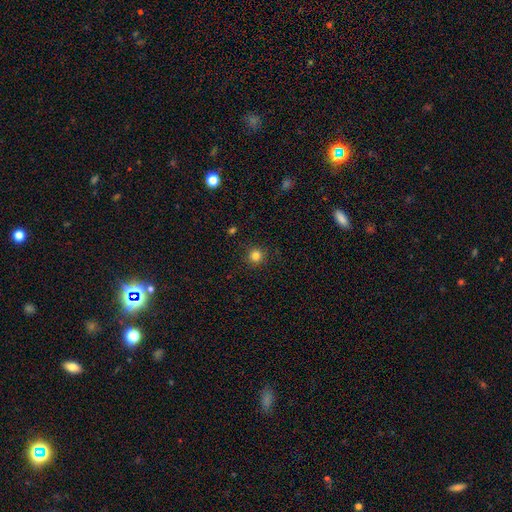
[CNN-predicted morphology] A smooth galaxy with no disk features (82%) that is round (95%).

Vote fractions:
- Smooth or featured? smooth: 82% / star or artifact: 13% / featured or disk: 4%
- How rounded? round: 95% / in between: 5% / cigar-shaped: 1%
- Merging? none: 91% / minor disturbance: 6% / major disturbance: 2% / merger: 1%